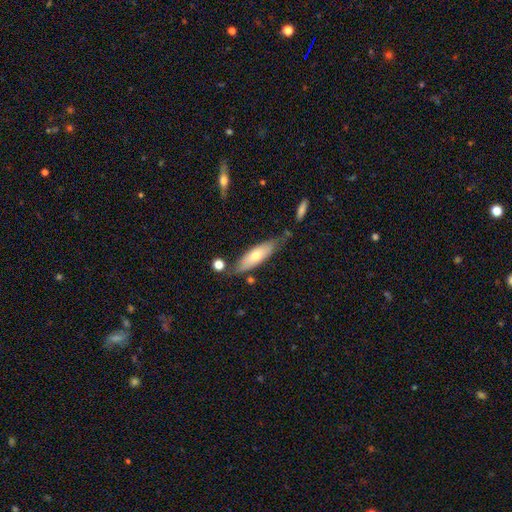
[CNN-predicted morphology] Smooth or featured? smooth (56%)
How rounded? cigar-shaped (51%)
Merging? none (64%)